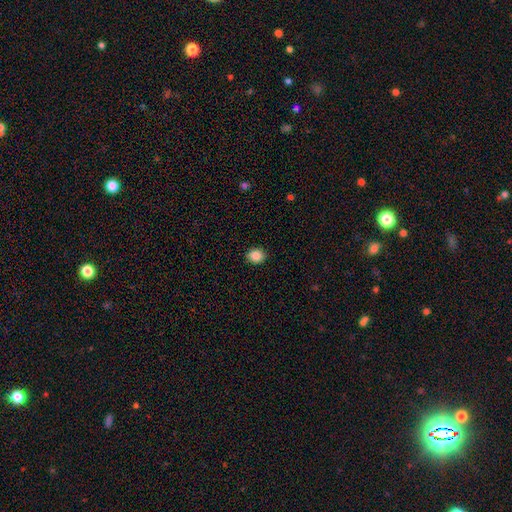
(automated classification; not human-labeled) Q: Smooth or featured?
A: smooth (87%); runner-up: star or artifact (9%)
Q: How rounded?
A: round (69%); runner-up: in between (30%)
Q: Merging?
A: none (91%); runner-up: minor disturbance (7%)